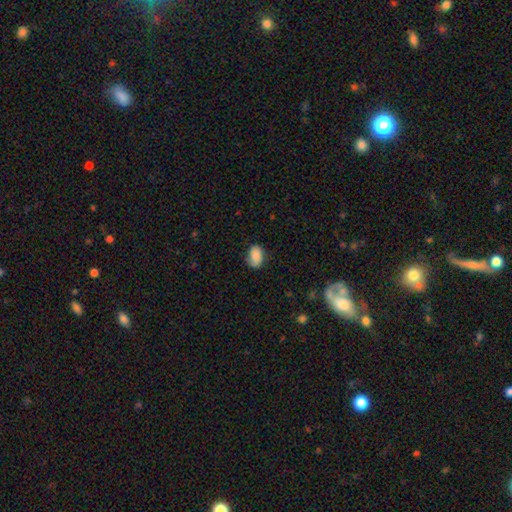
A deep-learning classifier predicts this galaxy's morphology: A smooth galaxy with no disk features (85%) that is in between round and cigar-shaped (86%). Merging: none (72%).